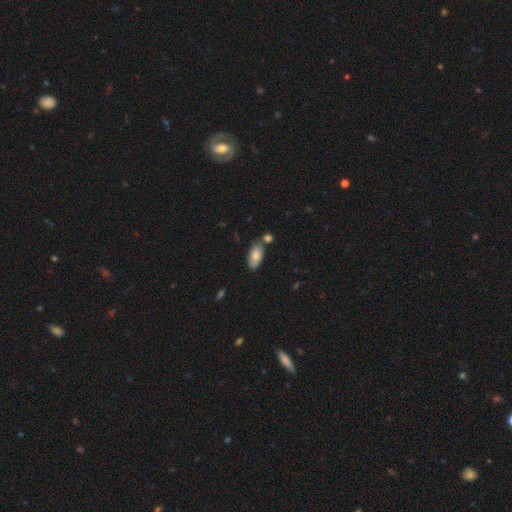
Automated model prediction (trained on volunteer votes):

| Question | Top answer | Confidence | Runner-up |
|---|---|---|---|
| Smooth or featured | smooth | 79% | featured or disk (14%) |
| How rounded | in between | 92% | cigar-shaped (5%) |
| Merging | none | 63% | merger (17%) |